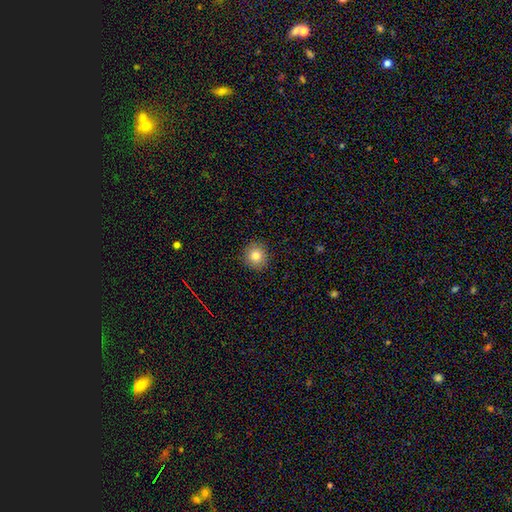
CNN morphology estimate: Q: Smooth or featured?
A: smooth (81%); runner-up: star or artifact (11%)
Q: How rounded?
A: round (91%); runner-up: in between (8%)
Q: Merging?
A: none (91%); runner-up: minor disturbance (6%)